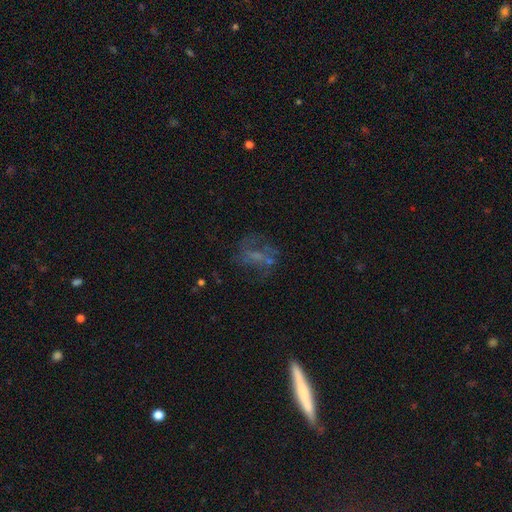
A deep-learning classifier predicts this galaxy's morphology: The model was most divided on "smooth or featured": featured or disk: 49%, smooth: 29%, star or artifact: 22%. Remaining: merging — none (49%).